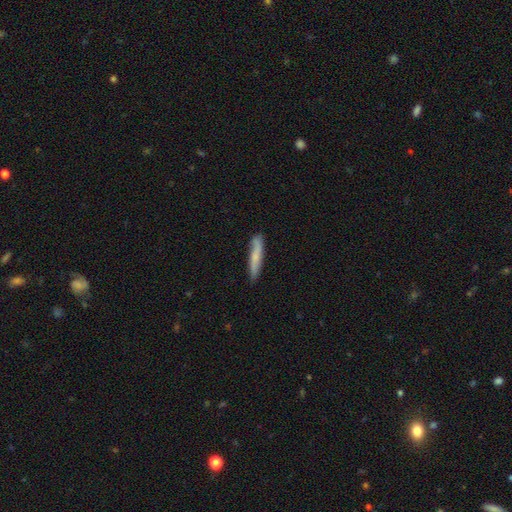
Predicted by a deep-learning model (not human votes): smooth 67%, featured or disk 27%, star or artifact 6%. Down the decision tree: how rounded — cigar-shaped (90%); merging — none (82%).